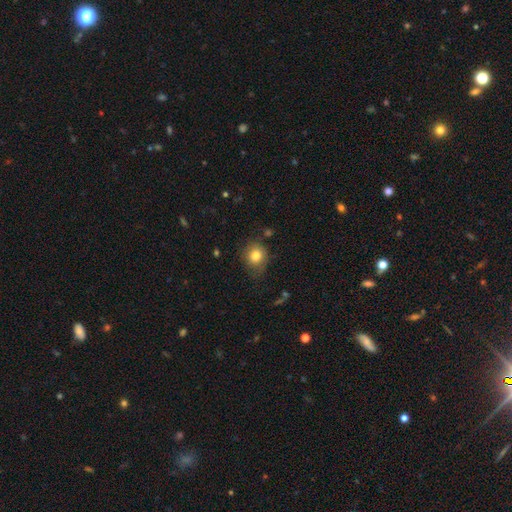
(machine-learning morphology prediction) A smooth galaxy with no disk features (80%) that is round (75%). Merging: none (72%).